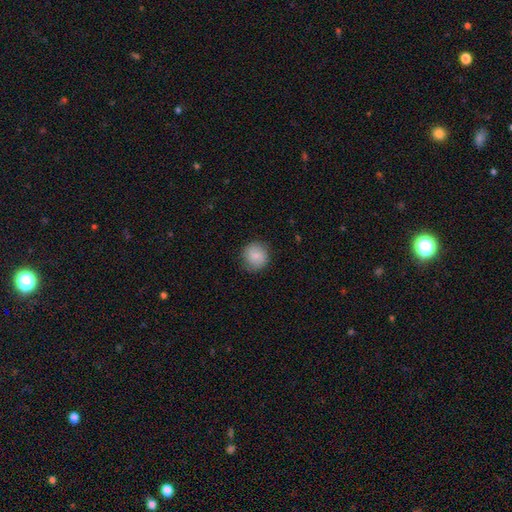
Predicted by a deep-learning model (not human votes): Overall: smooth (79%). How rounded: round (89%). Merging: none (84%).